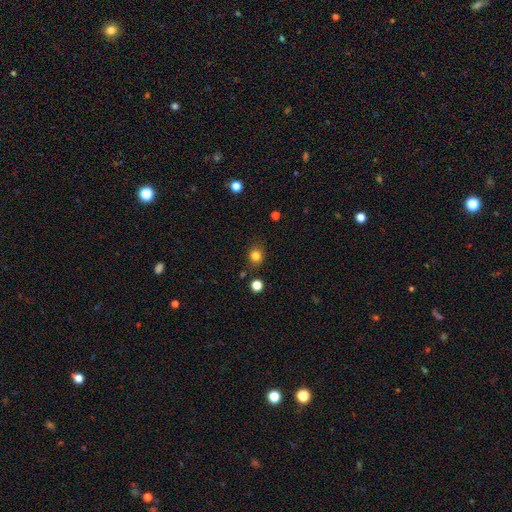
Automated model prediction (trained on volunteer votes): A smooth galaxy with no disk features (81%) that is round (74%).

Vote fractions:
- Smooth or featured? smooth: 81% / star or artifact: 14% / featured or disk: 6%
- How rounded? round: 74% / in between: 25% / cigar-shaped: 1%
- Merging? none: 82% / minor disturbance: 12% / merger: 3% / major disturbance: 3%